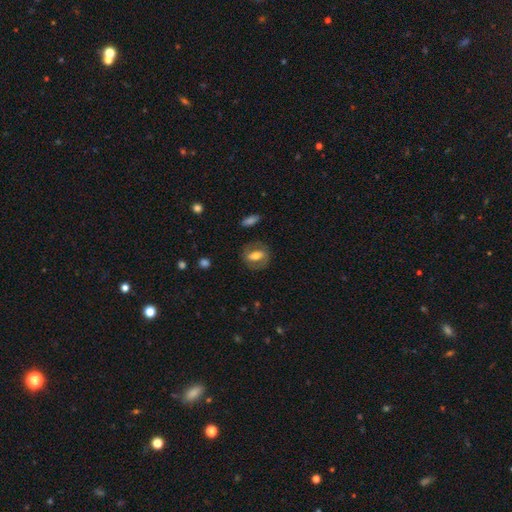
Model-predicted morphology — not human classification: Smooth or featured? featured or disk (50%)
Edge-on disk? no (89%)
Merging? none (77%)